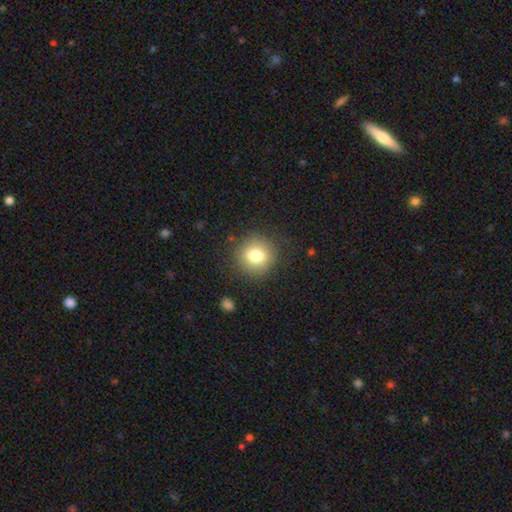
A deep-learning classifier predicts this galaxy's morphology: smooth 78%, featured or disk 12%, star or artifact 10%. Down the decision tree: how rounded — round (88%); merging — none (84%).